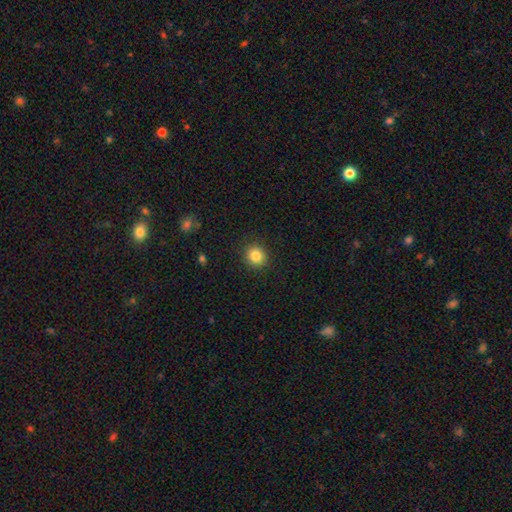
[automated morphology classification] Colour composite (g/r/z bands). It shows a smooth galaxy with no disk features (84%) that is round (86%). Merging: none (91%).